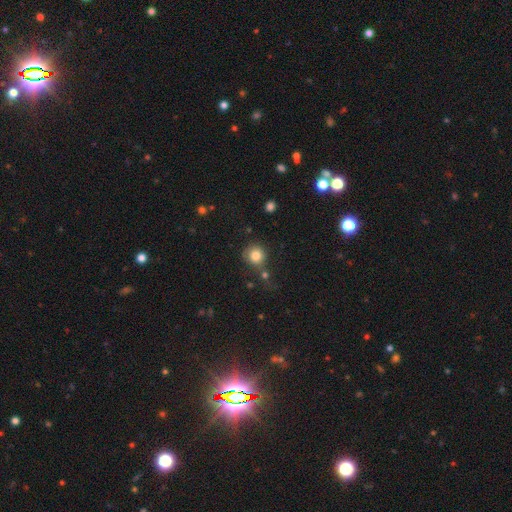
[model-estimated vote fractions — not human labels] Smooth or featured?
  - smooth: 83% *
  - star or artifact: 11%
  - featured or disk: 6%
How rounded?
  - round: 90% *
  - in between: 9%
  - cigar-shaped: 1%
Merging?
  - none: 71% *
  - minor disturbance: 13%
  - merger: 11%
  - major disturbance: 5%